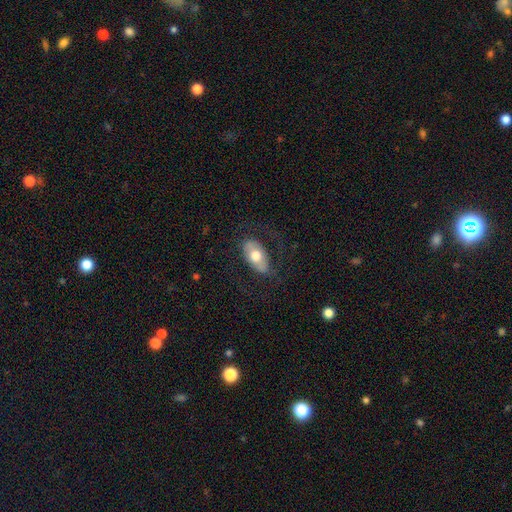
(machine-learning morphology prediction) Smooth or featured? Predicted: smooth (p=0.60). How rounded? Predicted: in between (p=0.93). Merging? Predicted: none (p=0.70).